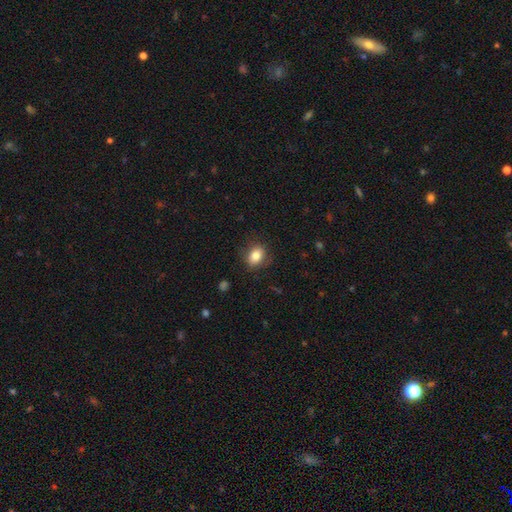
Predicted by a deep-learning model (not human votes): smooth_or_featured: smooth (p=0.83) [alt: star or artifact p=0.09]
how_rounded: in between (p=0.65) [alt: round p=0.34]
merging: none (p=0.81) [alt: minor disturbance p=0.14]